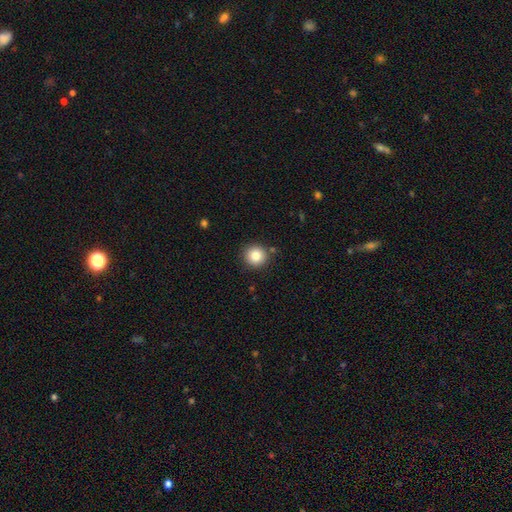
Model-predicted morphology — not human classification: smooth-or-featured: smooth: 83% | star or artifact: 10% | featured or disk: 6%
  how-rounded: round: 93% | in between: 6% | cigar-shaped: 1%
  merging: none: 87% | minor disturbance: 8% | merger: 3% | major disturbance: 2%